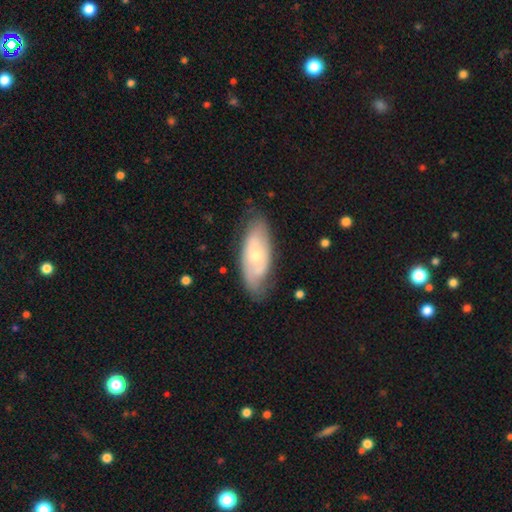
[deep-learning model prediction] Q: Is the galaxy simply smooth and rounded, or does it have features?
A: featured or disk — 54%.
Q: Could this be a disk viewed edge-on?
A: no — 86%.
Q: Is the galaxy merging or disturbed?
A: none — 68%.